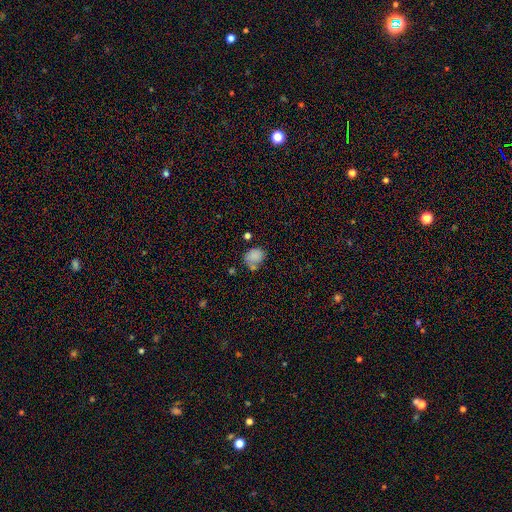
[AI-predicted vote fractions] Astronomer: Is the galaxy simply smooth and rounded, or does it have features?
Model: smooth — 81%.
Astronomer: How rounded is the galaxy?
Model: in between — 51% (runner-up: round, 48%).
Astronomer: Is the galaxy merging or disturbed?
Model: none — 53%.